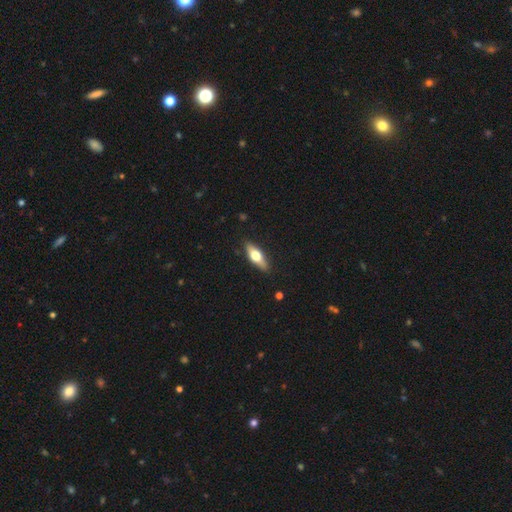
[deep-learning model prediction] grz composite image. It shows a featured or disk galaxy (47%, tied with smooth). Merging: none (88%).